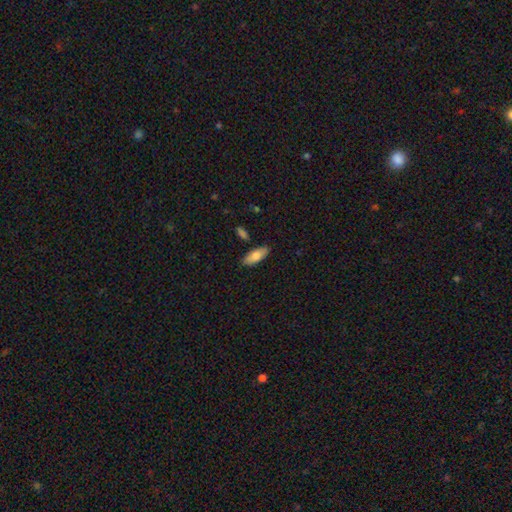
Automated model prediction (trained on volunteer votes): This appears to be a smooth galaxy with no disk features (77%) that is in between round and cigar-shaped (80%). Merging: none (84%).